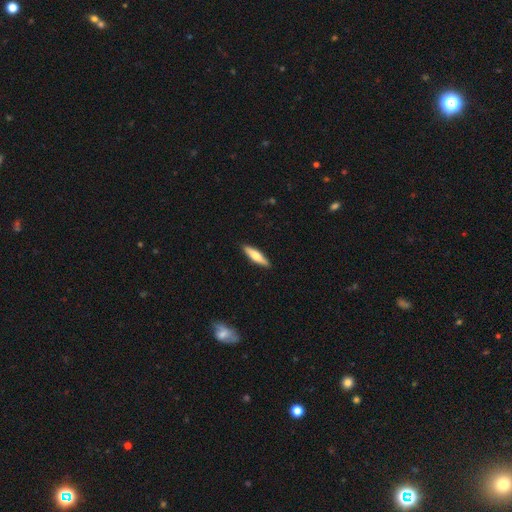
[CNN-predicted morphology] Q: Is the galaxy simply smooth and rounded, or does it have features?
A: smooth — 56%.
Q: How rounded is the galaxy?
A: cigar-shaped — 76%.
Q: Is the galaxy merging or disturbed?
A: none — 91%.